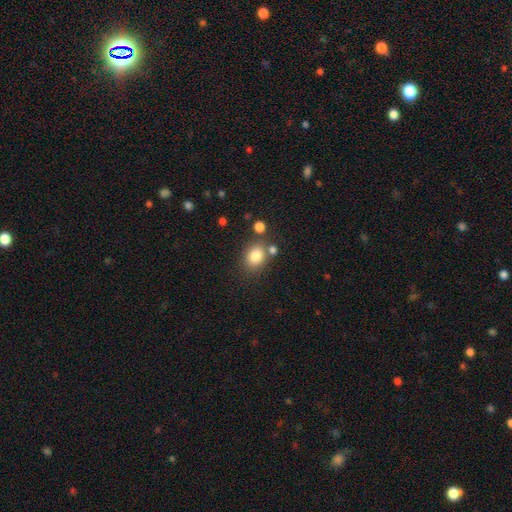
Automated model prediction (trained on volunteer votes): Smooth or featured?
  - smooth: 82% *
  - star or artifact: 11%
  - featured or disk: 7%
How rounded?
  - in between: 50% *
  - round: 49%
  - cigar-shaped: 1%
Merging?
  - none: 71% *
  - merger: 13%
  - minor disturbance: 12%
  - major disturbance: 4%